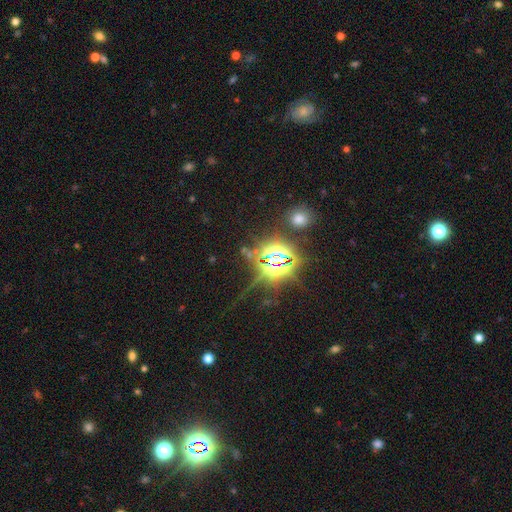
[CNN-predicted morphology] smooth_or_featured: star or artifact (p=0.81) [alt: smooth p=0.10]